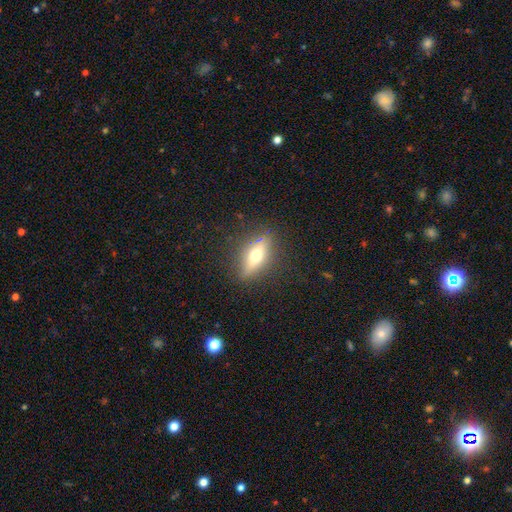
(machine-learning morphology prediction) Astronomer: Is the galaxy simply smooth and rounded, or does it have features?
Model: smooth — 49% (runner-up: featured or disk, 43%).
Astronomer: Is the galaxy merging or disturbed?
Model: none — 84%.